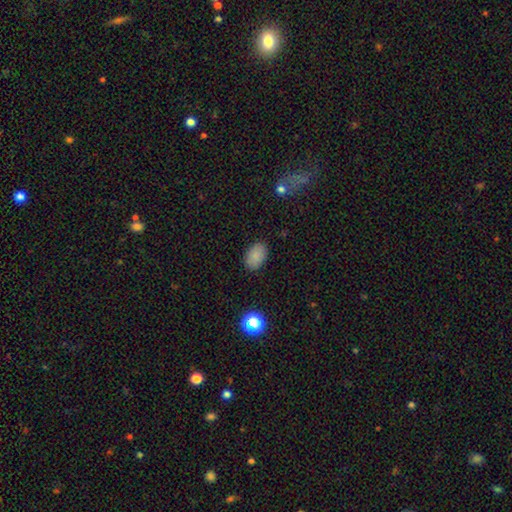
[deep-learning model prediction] Smooth or featured: smooth — 85% (star or artifact — 10%)
How rounded: in between — 87% (round — 11%)
Merging: none — 87% (minor disturbance — 9%)